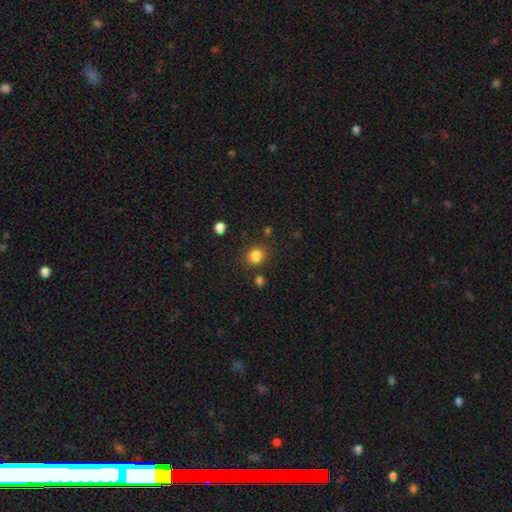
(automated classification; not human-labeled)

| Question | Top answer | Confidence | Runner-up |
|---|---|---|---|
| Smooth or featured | smooth | 84% | star or artifact (12%) |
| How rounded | round | 83% | in between (16%) |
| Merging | none | 82% | minor disturbance (9%) |